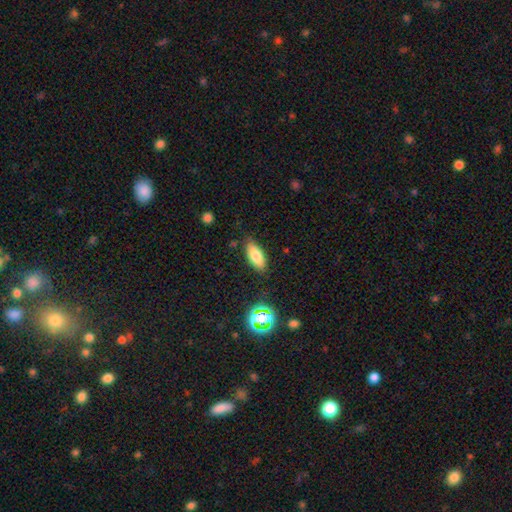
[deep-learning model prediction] Smooth or featured: smooth — 78% (featured or disk — 12%)
How rounded: in between — 83% (cigar-shaped — 14%)
Merging: none — 81% (minor disturbance — 14%)